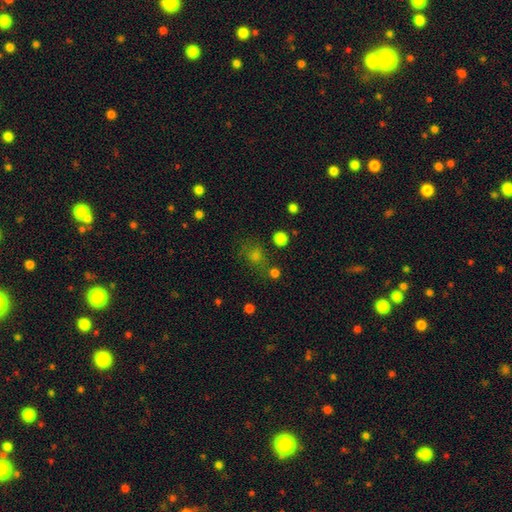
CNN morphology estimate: This is possibly a smooth galaxy (55%). How rounded: likely round (67%). Merging: likely none (67%).